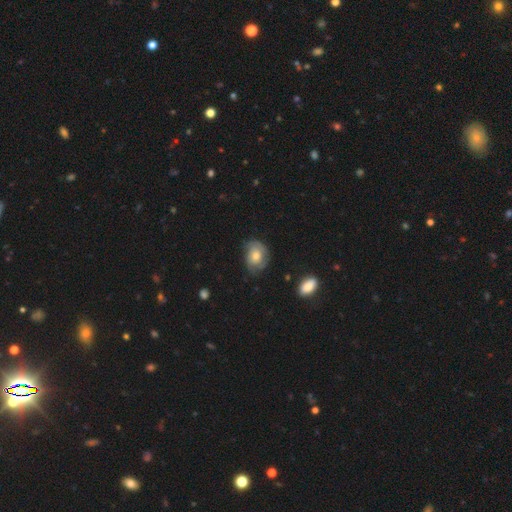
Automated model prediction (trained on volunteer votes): Smooth or featured: smooth — 47% (featured or disk — 45%)
Merging: none — 62% (minor disturbance — 27%)